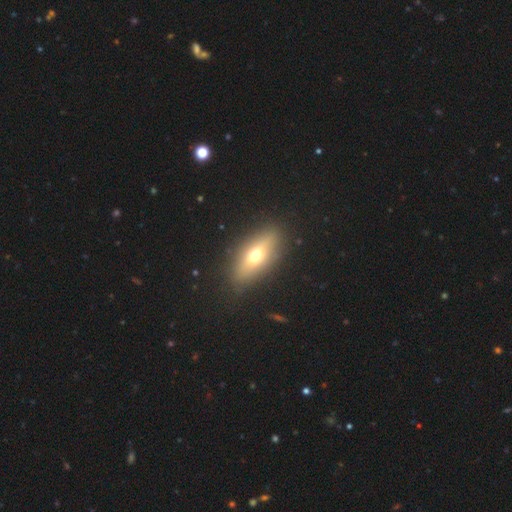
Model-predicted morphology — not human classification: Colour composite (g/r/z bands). It shows a smooth galaxy with no disk features (54%) that is in between round and cigar-shaped (68%). Merging: none (86%).